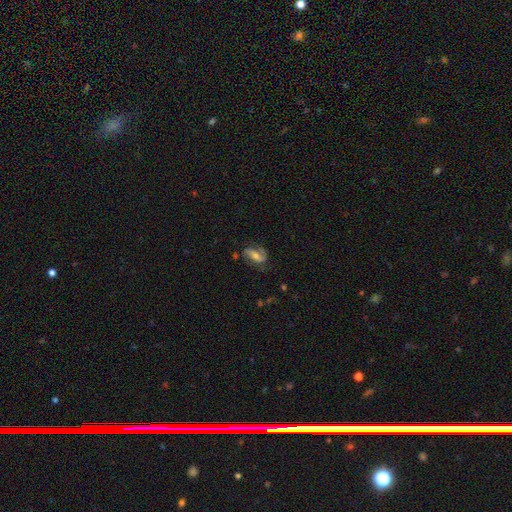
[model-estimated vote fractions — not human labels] The model was most divided on "bar": strong: 34%, weak: 33%, no: 32%. Remaining: edge-on disk — no (93%); spiral arms — yes (89%); spiral arm count — 2 (80%); smooth or featured — featured or disk (69%); merging — none (62%); bulge size — moderate (51%); spiral winding — loose (42%).